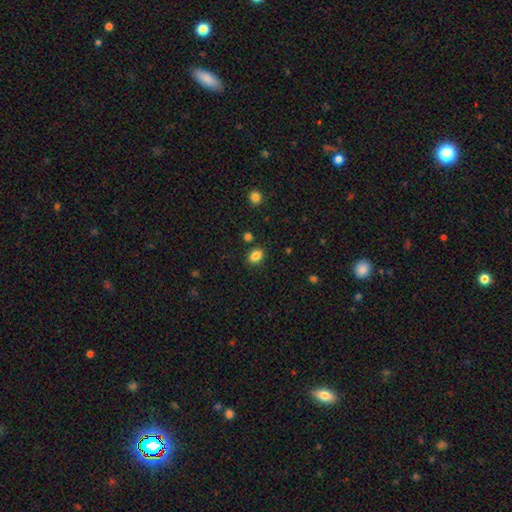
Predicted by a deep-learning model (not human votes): This appears to be a smooth galaxy with no disk features (86%) that is in between round and cigar-shaped (71%). Merging: none (83%).